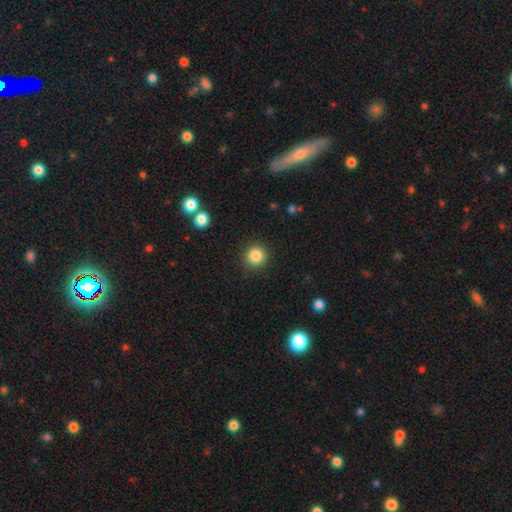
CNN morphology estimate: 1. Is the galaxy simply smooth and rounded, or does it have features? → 85% smooth, 10% star or artifact, 5% featured or disk.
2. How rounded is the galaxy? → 94% round, 5% in between, 1% cigar-shaped.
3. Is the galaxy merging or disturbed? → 91% none, 6% minor disturbance, 2% major disturbance, 1% merger.